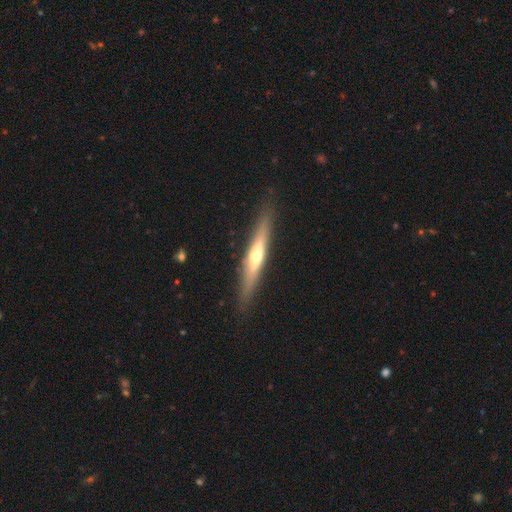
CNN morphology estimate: smooth_or_featured: featured or disk (p=0.61) [alt: smooth p=0.33]
disk_edge_on: yes (p=0.92) [alt: no p=0.08]
edge_on_bulge: rounded (p=0.85) [alt: none p=0.11]
merging: none (p=0.87) [alt: minor disturbance p=0.09]